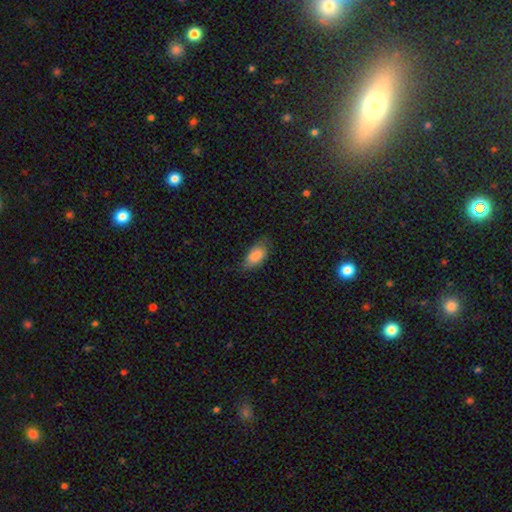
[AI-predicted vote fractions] Overall: smooth (83%). How rounded: in between (92%). Merging: none (65%; minor disturbance 28%).